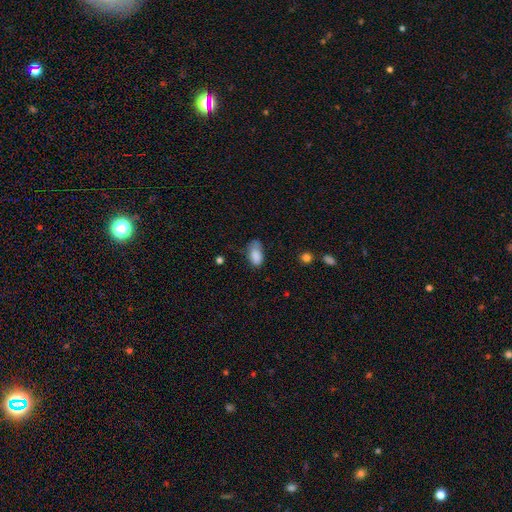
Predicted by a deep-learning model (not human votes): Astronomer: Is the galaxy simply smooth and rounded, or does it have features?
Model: smooth — 85%.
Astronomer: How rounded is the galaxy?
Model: in between — 92%.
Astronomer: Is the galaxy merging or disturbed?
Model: none — 49% (runner-up: minor disturbance, 37%).